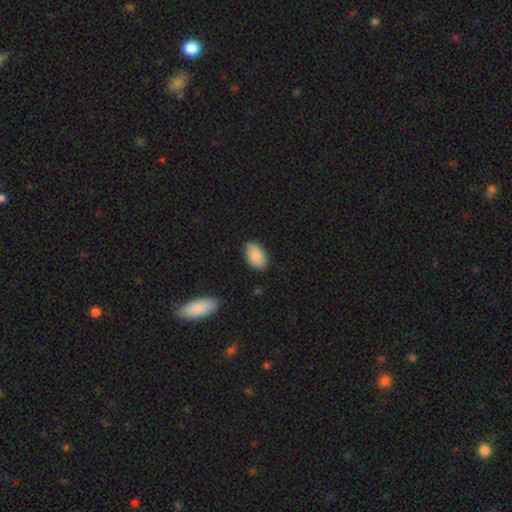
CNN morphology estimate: Overall: smooth (86%). How rounded: in between (93%). Merging: none (83%).